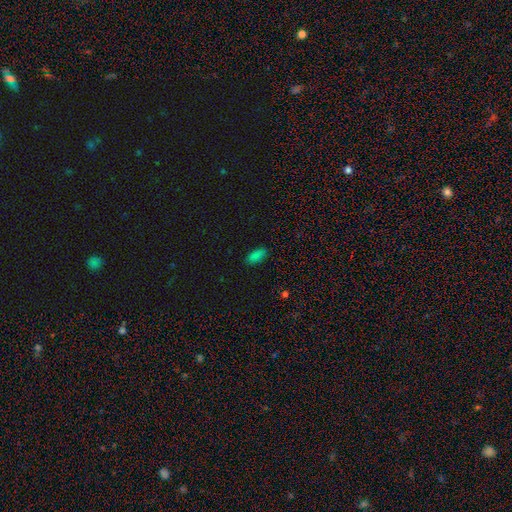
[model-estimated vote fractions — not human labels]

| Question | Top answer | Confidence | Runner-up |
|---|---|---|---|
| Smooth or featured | smooth | 83% | star or artifact (13%) |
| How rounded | in between | 86% | cigar-shaped (11%) |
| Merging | none | 88% | minor disturbance (9%) |